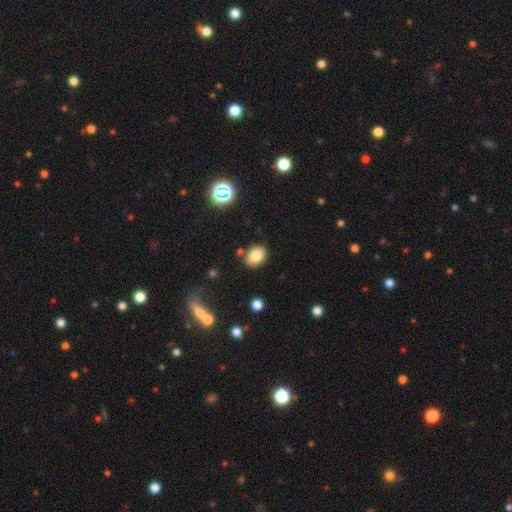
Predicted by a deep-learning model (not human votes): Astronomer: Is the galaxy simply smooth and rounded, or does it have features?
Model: smooth — 80%.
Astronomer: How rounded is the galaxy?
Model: in between — 57% (runner-up: round, 42%).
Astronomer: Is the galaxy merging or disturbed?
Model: none — 82%.